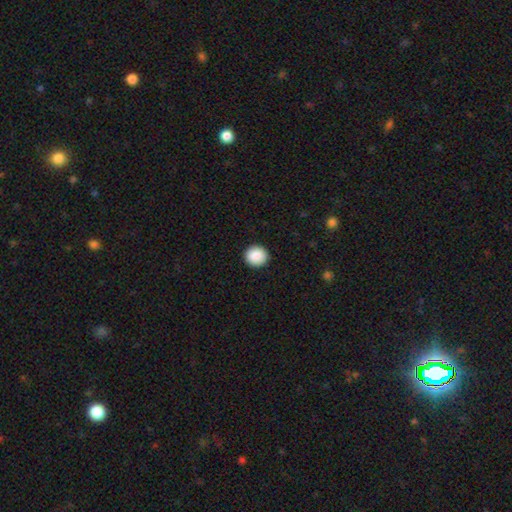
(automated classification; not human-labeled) smooth 89%, star or artifact 8%, featured or disk 3%. Down the decision tree: how rounded — round (90%); merging — none (92%).